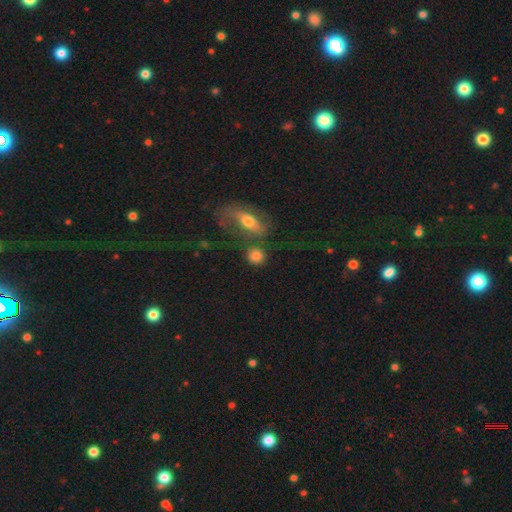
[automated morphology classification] Smooth or featured? smooth (81%)
How rounded? round (81%)
Merging? none (67%)